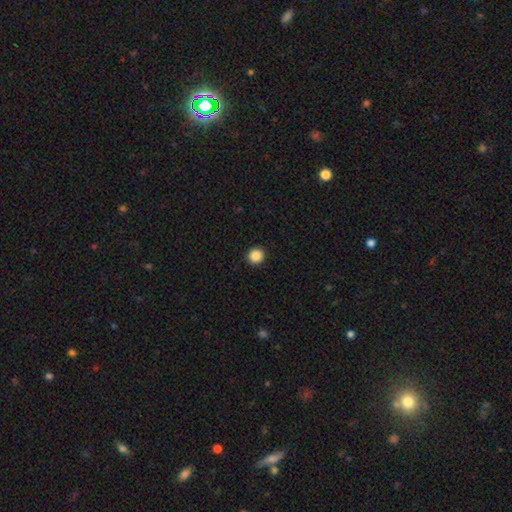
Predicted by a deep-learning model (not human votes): A smooth galaxy with no disk features (87%) that is round (94%).

Vote fractions:
- Smooth or featured? smooth: 87% / star or artifact: 10% / featured or disk: 3%
- How rounded? round: 94% / in between: 5% / cigar-shaped: 1%
- Merging? none: 93% / minor disturbance: 4% / major disturbance: 1% / merger: 1%